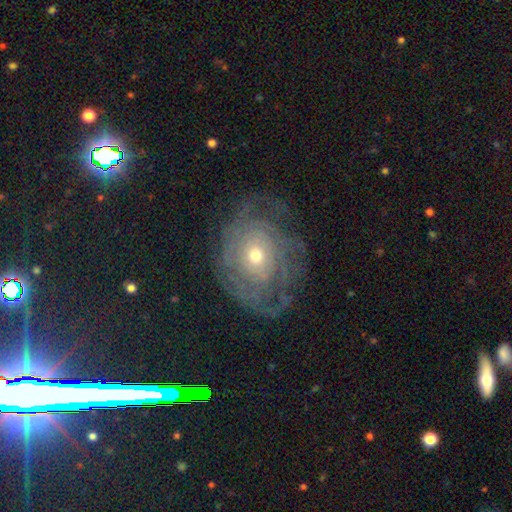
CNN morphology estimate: Smooth or featured? Predicted: featured or disk (p=0.73). Edge-on disk? Predicted: no (p=0.96). Bar? Predicted: no (p=0.80). Spiral arms? Predicted: yes (p=0.81). Spiral winding? Predicted: tight (p=0.67). Spiral arm count? Predicted: can't tell (p=0.55). Bulge size? Predicted: small (p=0.54). Merging? Predicted: none (p=0.67).